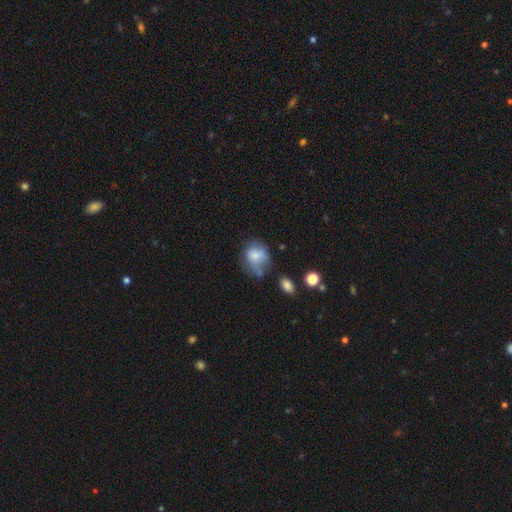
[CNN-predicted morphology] A smooth galaxy with no disk features (68%) that is round (54%).

Vote fractions:
- Smooth or featured? smooth: 68% / featured or disk: 22% / star or artifact: 10%
- How rounded? round: 54% / in between: 45% / cigar-shaped: 1%
- Merging? none: 35% / minor disturbance: 32% / major disturbance: 23% / merger: 10%